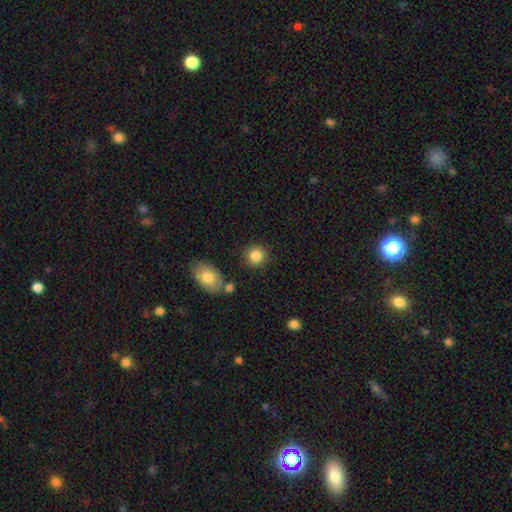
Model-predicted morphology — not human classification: This appears to be a smooth galaxy with no disk features (86%) that is round (88%). Merging: none (84%).